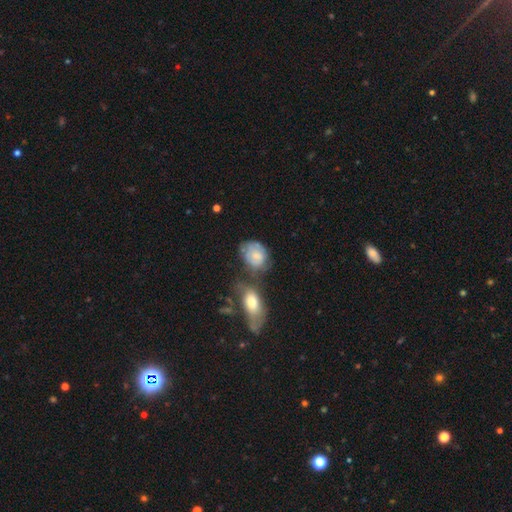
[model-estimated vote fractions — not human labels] Smooth or featured: smooth — 60% (featured or disk — 33%)
How rounded: in between — 63% (round — 35%)
Merging: none — 35% (merger — 27%)